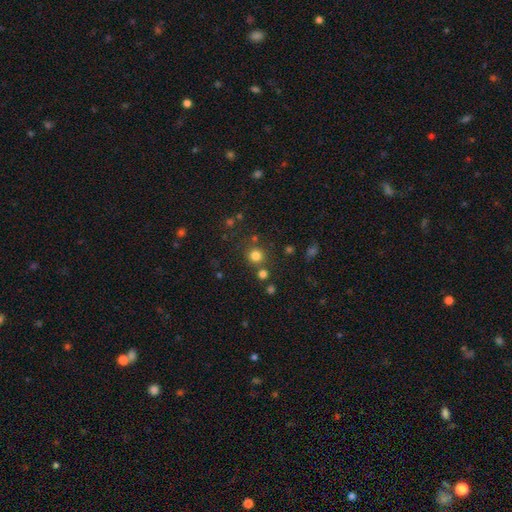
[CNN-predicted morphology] A smooth galaxy with no disk features (78%) that is round (93%). Merging: none (78%).